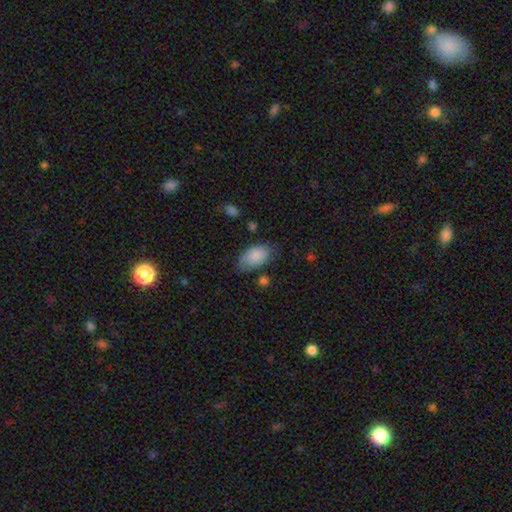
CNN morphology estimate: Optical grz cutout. It shows a smooth galaxy with no disk features (83%) that is in between round and cigar-shaped (94%). Merging: none (64%).